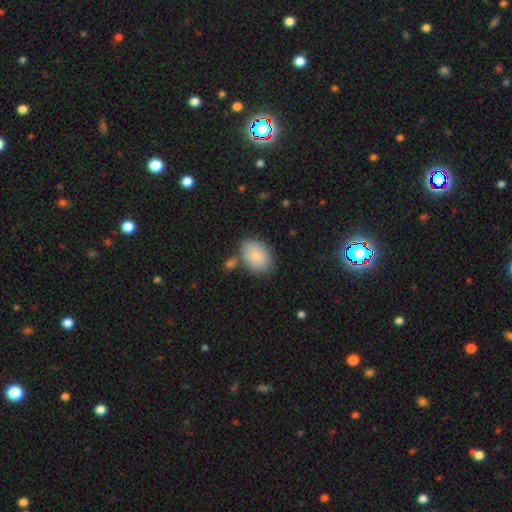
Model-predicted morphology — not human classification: A smooth galaxy with no disk features (82%) that is in between round and cigar-shaped (82%).

Vote fractions:
- Smooth or featured? smooth: 82% / featured or disk: 11% / star or artifact: 7%
- How rounded? in between: 82% / round: 17% / cigar-shaped: 1%
- Merging? none: 71% / minor disturbance: 16% / merger: 9% / major disturbance: 4%